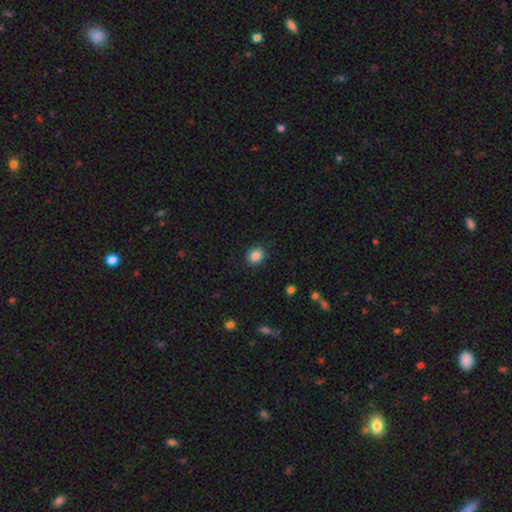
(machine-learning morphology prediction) A smooth galaxy with no disk features (87%) that is round (67%).

Vote fractions:
- Smooth or featured? smooth: 87% / star or artifact: 10% / featured or disk: 4%
- How rounded? round: 67% / in between: 32% / cigar-shaped: 1%
- Merging? none: 89% / minor disturbance: 8% / major disturbance: 2% / merger: 1%